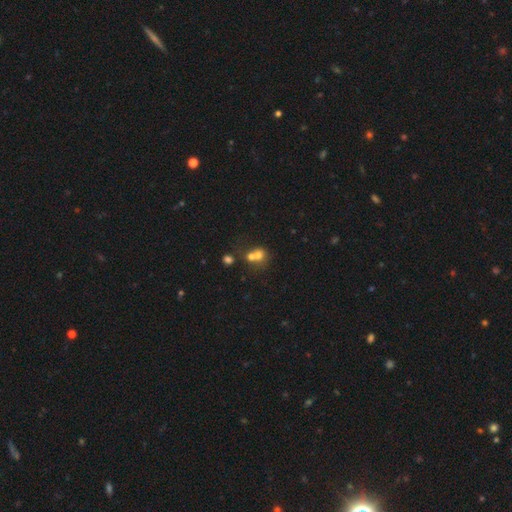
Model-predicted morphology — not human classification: Smooth or featured?
  - smooth: 67% *
  - featured or disk: 19%
  - star or artifact: 14%
How rounded?
  - round: 72% *
  - in between: 27%
  - cigar-shaped: 1%
Merging?
  - merger: 64% *
  - none: 26%
  - minor disturbance: 6%
  - major disturbance: 4%